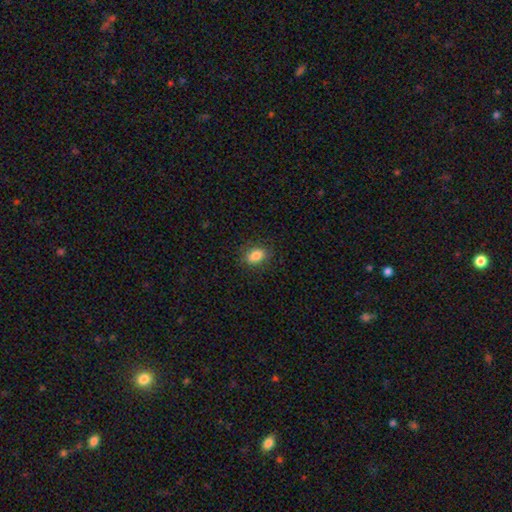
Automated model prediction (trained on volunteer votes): The model was most divided on "how rounded": in between: 78%, round: 21%, cigar-shaped: 2%. More confident: merging — none (86%); smooth or featured — smooth (84%).